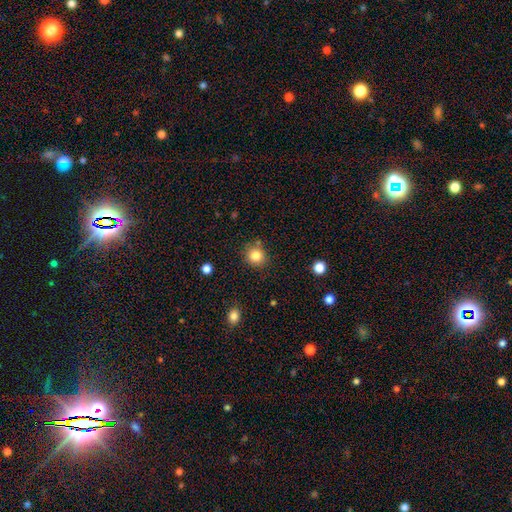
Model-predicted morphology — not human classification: Smooth or featured?
  - smooth: 82% *
  - star or artifact: 11%
  - featured or disk: 6%
How rounded?
  - round: 87% *
  - in between: 12%
  - cigar-shaped: 1%
Merging?
  - none: 81% *
  - minor disturbance: 10%
  - merger: 6%
  - major disturbance: 3%